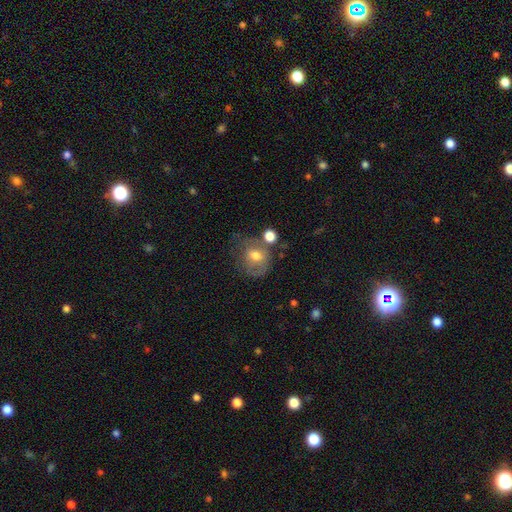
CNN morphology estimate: smooth-or-featured: smooth: 56% | featured or disk: 34% | star or artifact: 10%
  how-rounded: round: 61% | in between: 38% | cigar-shaped: 1%
  merging: none: 42% | minor disturbance: 23% | major disturbance: 18% | merger: 17%